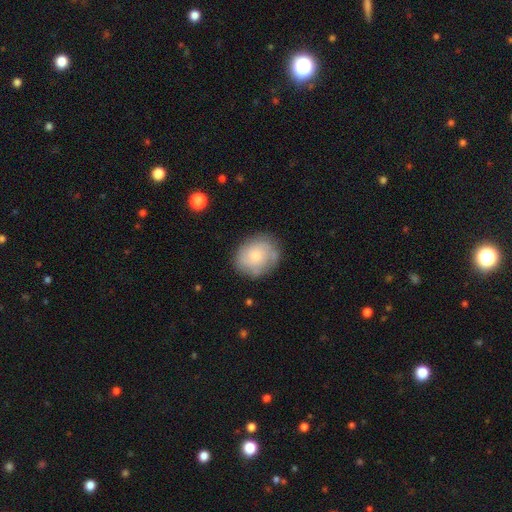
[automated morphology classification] smooth-or-featured: smooth: 54% | featured or disk: 39% | star or artifact: 7%
  how-rounded: round: 61% | in between: 39% | cigar-shaped: 1%
  merging: none: 75% | minor disturbance: 18% | major disturbance: 6% | merger: 2%